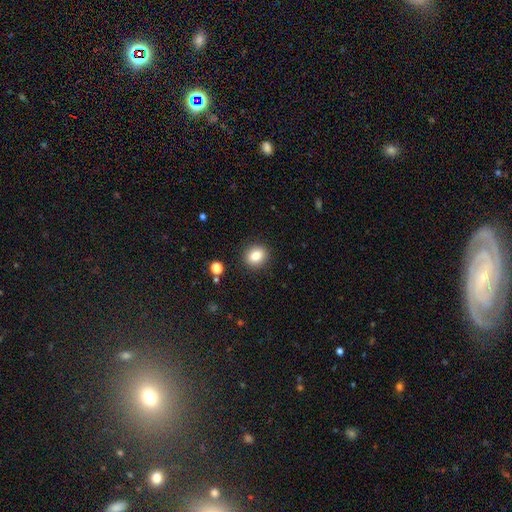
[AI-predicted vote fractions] A smooth galaxy with no disk features (84%) that is round (69%). Merging: none (89%).